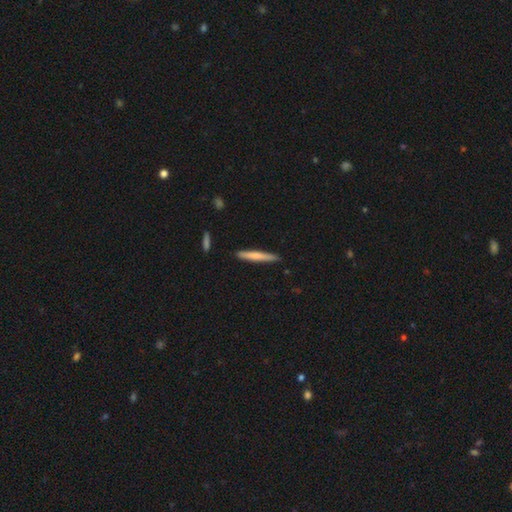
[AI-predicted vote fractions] Smooth or featured?
  - smooth: 66% *
  - featured or disk: 29%
  - star or artifact: 5%
How rounded?
  - cigar-shaped: 95% *
  - in between: 3%
  - round: 1%
Merging?
  - none: 88% *
  - minor disturbance: 9%
  - merger: 2%
  - major disturbance: 2%